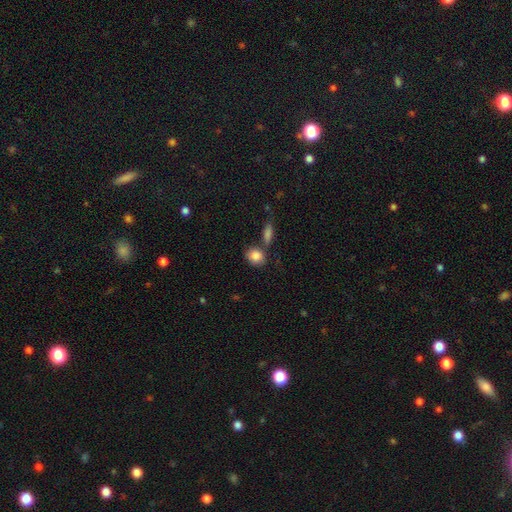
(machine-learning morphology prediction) Overall: smooth (87%). How rounded: round (53%; in between 44%). Merging: none (62%).